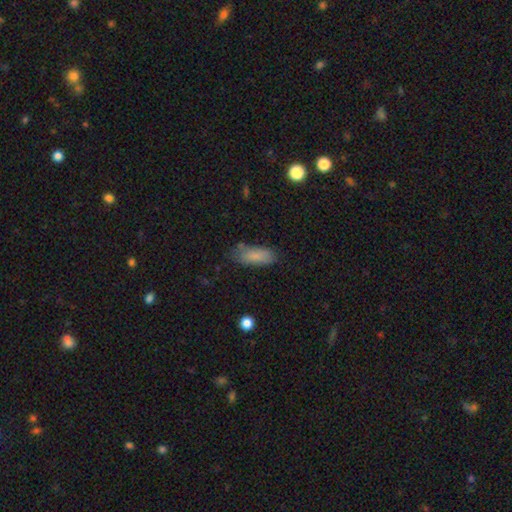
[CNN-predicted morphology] Smooth or featured? Predicted: smooth (p=0.83). How rounded? Predicted: in between (p=0.76). Merging? Predicted: none (p=0.68).